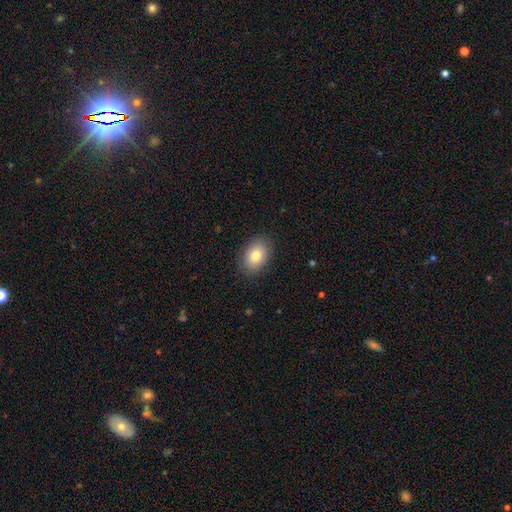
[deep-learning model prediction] Smooth or featured?
  - smooth: 81% *
  - featured or disk: 11%
  - star or artifact: 8%
How rounded?
  - in between: 84% *
  - round: 15%
  - cigar-shaped: 1%
Merging?
  - none: 87% *
  - minor disturbance: 9%
  - major disturbance: 2%
  - merger: 1%